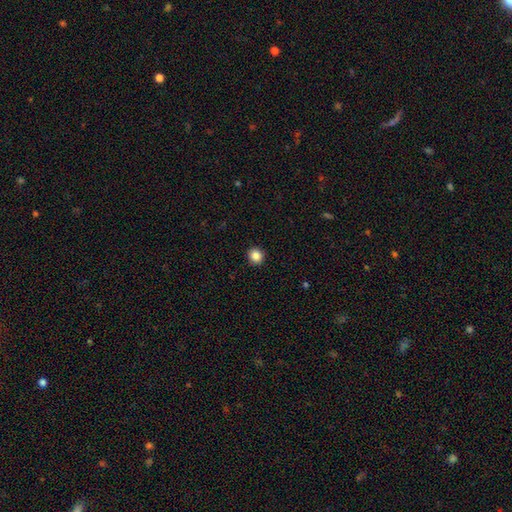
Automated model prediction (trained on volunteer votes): Smooth or featured: smooth — 86% (star or artifact — 10%)
How rounded: round — 89% (in between — 10%)
Merging: none — 93% (minor disturbance — 4%)